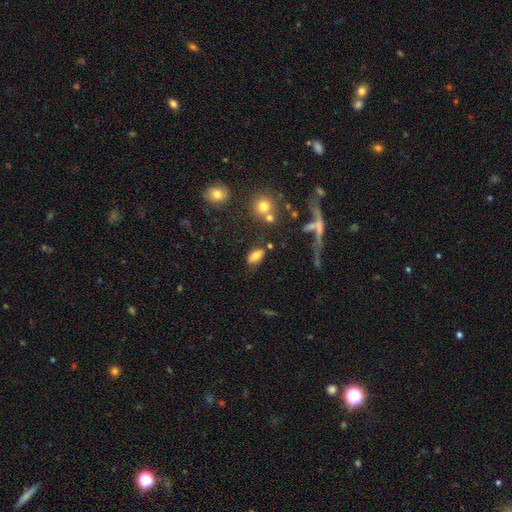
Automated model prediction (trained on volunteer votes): smooth 75%, featured or disk 14%, star or artifact 12%. Down the decision tree: how rounded — in between (88%); merging — none (70%).